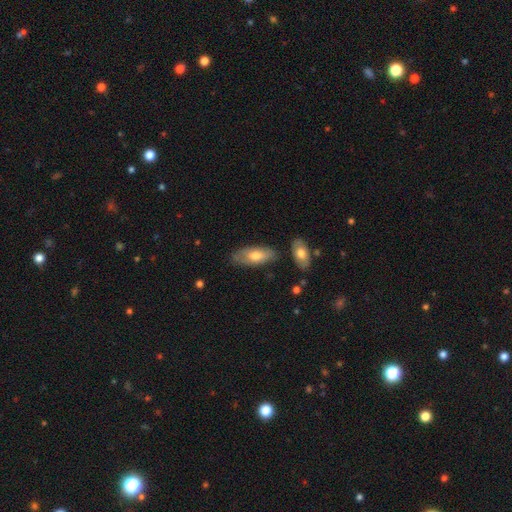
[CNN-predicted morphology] smooth-or-featured: smooth: 65% | featured or disk: 29% | star or artifact: 6%
  how-rounded: in between: 85% | cigar-shaped: 12% | round: 2%
  merging: none: 71% | minor disturbance: 20% | merger: 5% | major disturbance: 4%